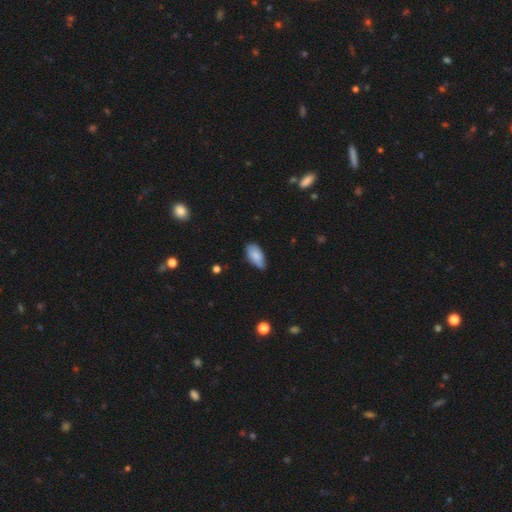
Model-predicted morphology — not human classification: Q: Smooth or featured?
A: smooth (78%); runner-up: featured or disk (16%)
Q: How rounded?
A: in between (93%); runner-up: cigar-shaped (5%)
Q: Merging?
A: none (58%); runner-up: minor disturbance (35%)